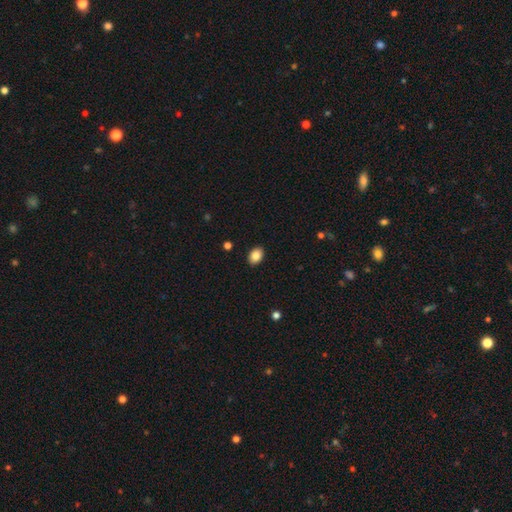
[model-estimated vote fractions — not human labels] The model was most divided on "how rounded": in between: 77%, round: 22%, cigar-shaped: 1%. More confident: merging — none (90%); smooth or featured — smooth (85%).